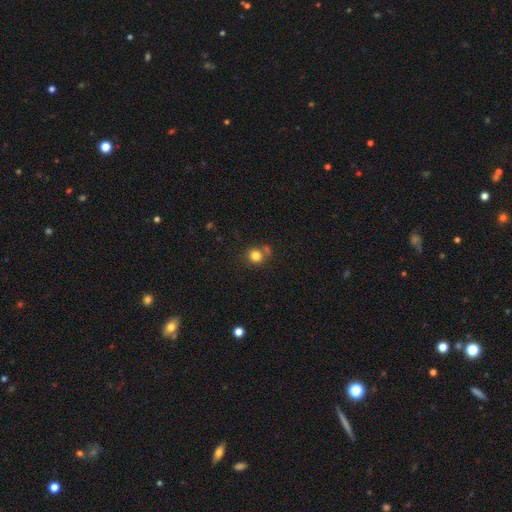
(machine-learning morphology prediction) smooth 81%, star or artifact 12%, featured or disk 7%. Down the decision tree: how rounded — round (80%); merging — none (60%).